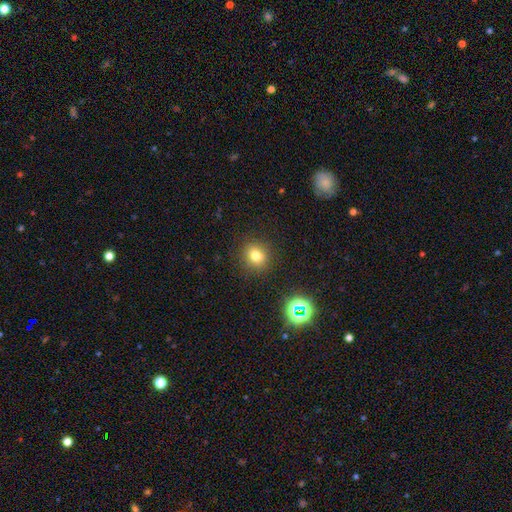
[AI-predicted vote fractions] A smooth galaxy with no disk features (76%) that is round (85%).

Vote fractions:
- Smooth or featured? smooth: 76% / star or artifact: 16% / featured or disk: 8%
- How rounded? round: 85% / in between: 14% / cigar-shaped: 1%
- Merging? none: 88% / minor disturbance: 7% / major disturbance: 3% / merger: 2%